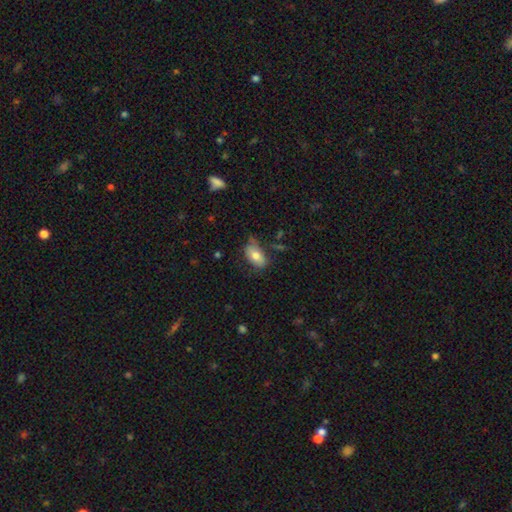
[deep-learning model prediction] smooth_or_featured: smooth (p=0.74) [alt: featured or disk p=0.18]
how_rounded: in between (p=0.91) [alt: round p=0.07]
merging: none (p=0.53) [alt: minor disturbance p=0.33]